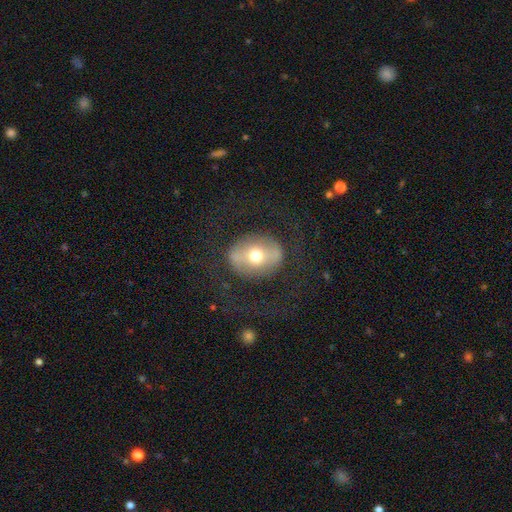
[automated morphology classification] This appears to be a featured or disk galaxy (52%). Merging: none (74%).